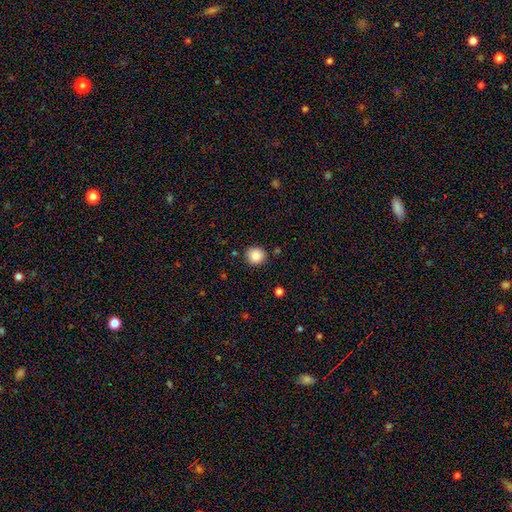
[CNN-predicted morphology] smooth 87%, star or artifact 9%, featured or disk 4%. Down the decision tree: how rounded — round (89%); merging — none (86%).